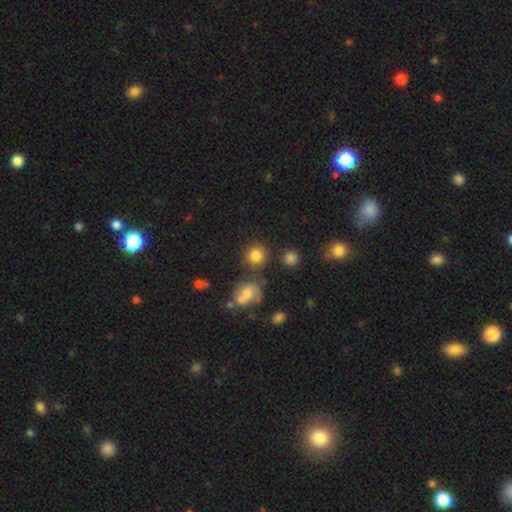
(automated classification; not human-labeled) smooth 80%, star or artifact 13%, featured or disk 7%. Down the decision tree: how rounded — round (91%); merging — none (78%).